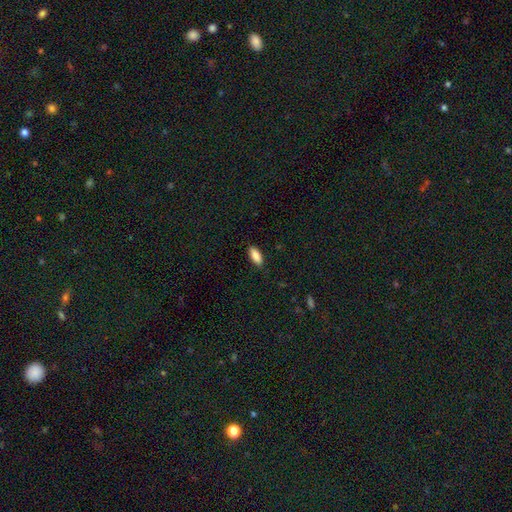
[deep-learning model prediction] Smooth or featured? Predicted: smooth (p=0.87). How rounded? Predicted: in between (p=0.82). Merging? Predicted: none (p=0.87).